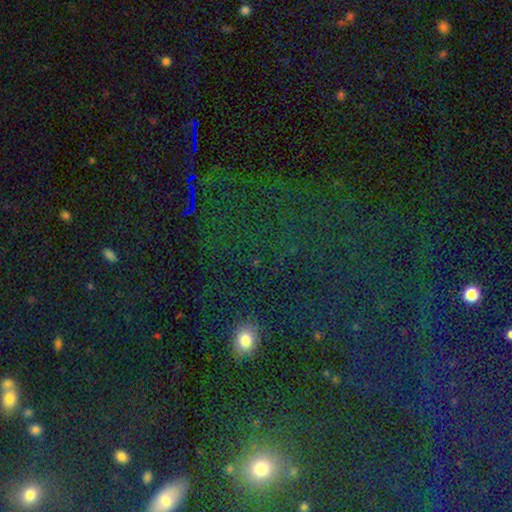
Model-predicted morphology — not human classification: This appears to be a star or artifact, not a galaxy (69%).